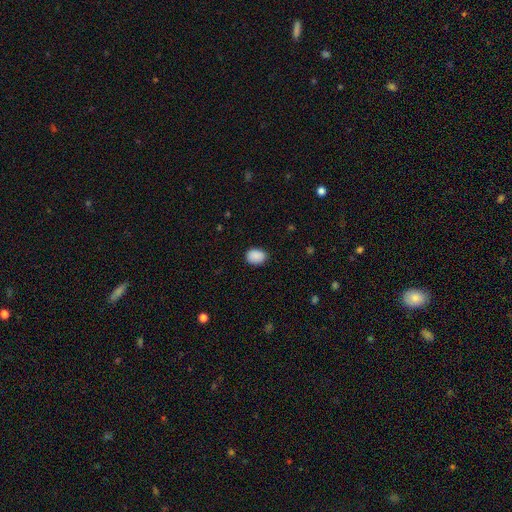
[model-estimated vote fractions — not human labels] A smooth galaxy with no disk features (90%) that is in between round and cigar-shaped (63%). Merging: none (85%).